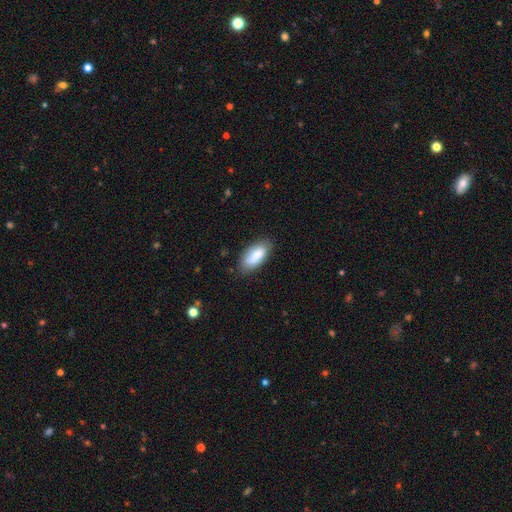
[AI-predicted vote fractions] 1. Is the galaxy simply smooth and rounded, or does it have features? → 86% smooth, 8% featured or disk, 6% star or artifact.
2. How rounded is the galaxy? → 88% in between, 10% cigar-shaped, 2% round.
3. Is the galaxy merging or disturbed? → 79% none, 16% minor disturbance, 3% major disturbance, 2% merger.